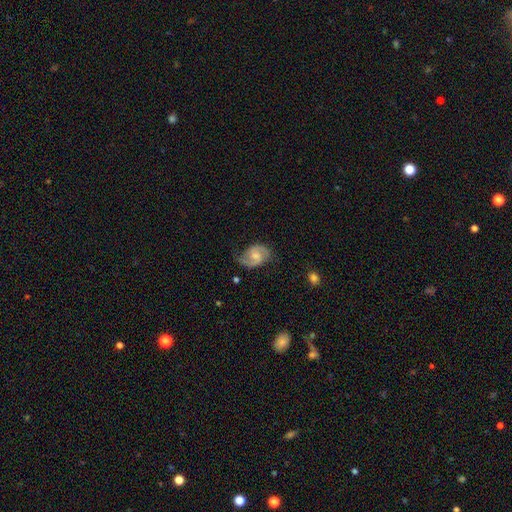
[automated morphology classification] Smooth or featured? featured or disk (84%)
Edge-on disk? no (98%)
Bar? weak (51%)
Spiral arms? yes (97%)
Spiral winding? medium (54%)
Spiral arm count? 2 (92%)
Bulge size? moderate (49%)
Merging? none (72%)